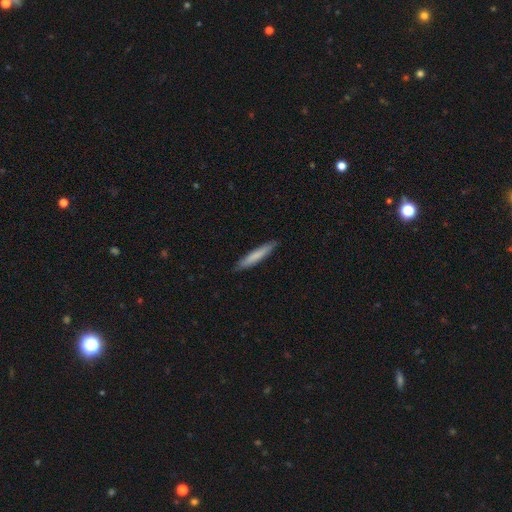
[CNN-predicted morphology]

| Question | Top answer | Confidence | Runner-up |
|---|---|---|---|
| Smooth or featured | smooth | 75% | featured or disk (19%) |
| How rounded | cigar-shaped | 94% | in between (5%) |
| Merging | none | 89% | minor disturbance (9%) |